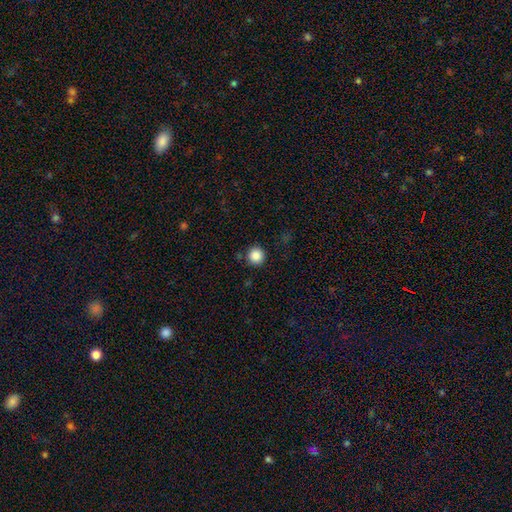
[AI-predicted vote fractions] Smooth or featured? Predicted: smooth (p=0.87). How rounded? Predicted: round (p=0.95). Merging? Predicted: none (p=0.88).